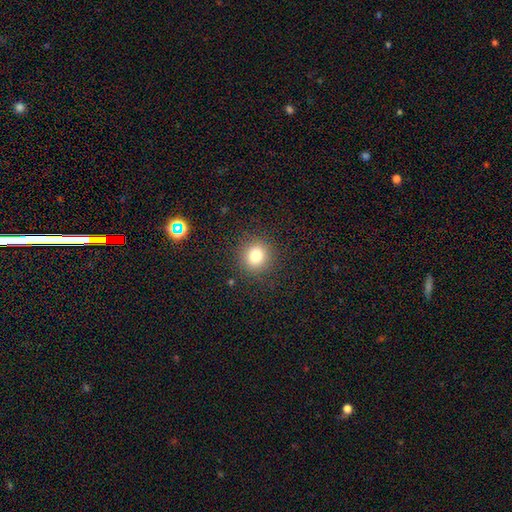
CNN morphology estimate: This appears to be a smooth galaxy with no disk features (78%) that is round (90%). Merging: none (89%).